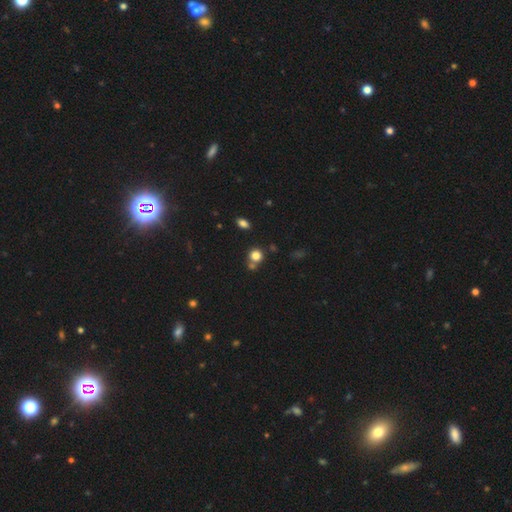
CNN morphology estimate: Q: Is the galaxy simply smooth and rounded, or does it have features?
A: smooth — 80%.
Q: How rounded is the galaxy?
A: round — 85%.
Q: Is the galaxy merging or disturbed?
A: none — 64%.